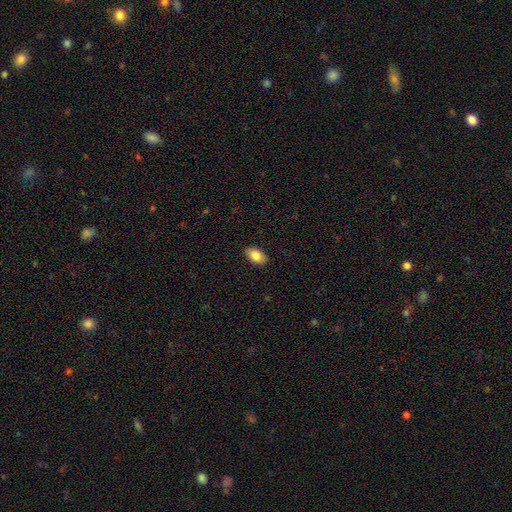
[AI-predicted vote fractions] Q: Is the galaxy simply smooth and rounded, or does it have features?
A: smooth — 84%.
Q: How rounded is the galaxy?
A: in between — 92%.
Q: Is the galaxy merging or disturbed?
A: none — 89%.